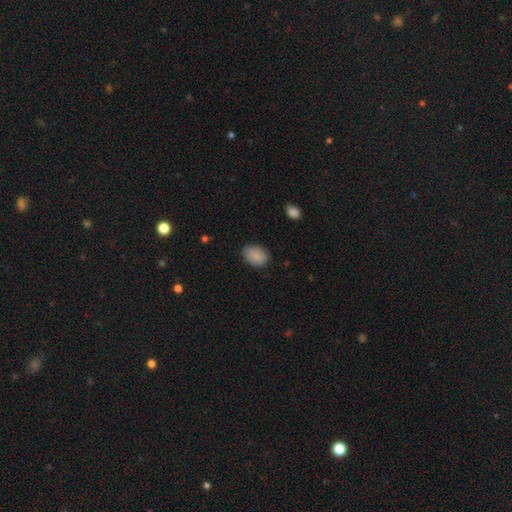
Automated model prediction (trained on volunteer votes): Smooth or featured: smooth — 88% (star or artifact — 7%)
How rounded: in between — 76% (round — 23%)
Merging: none — 80% (minor disturbance — 15%)